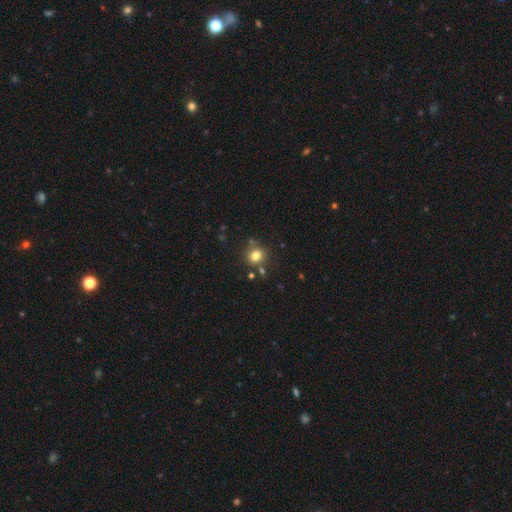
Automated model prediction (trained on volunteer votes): Q: Smooth or featured?
A: smooth (79%); runner-up: star or artifact (13%)
Q: How rounded?
A: round (80%); runner-up: in between (19%)
Q: Merging?
A: none (76%); runner-up: minor disturbance (11%)